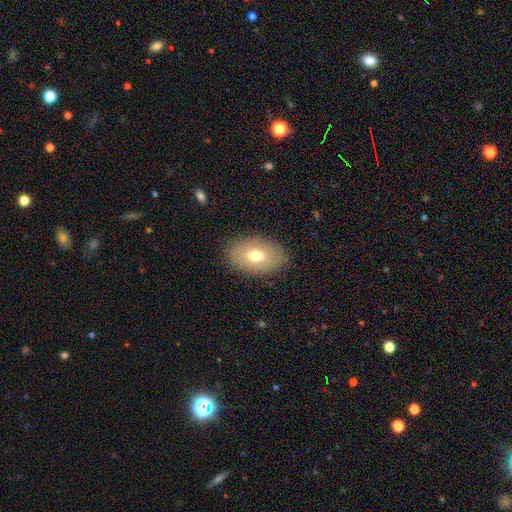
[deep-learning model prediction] smooth-or-featured: smooth: 67% | featured or disk: 25% | star or artifact: 8%
  how-rounded: in between: 88% | round: 11% | cigar-shaped: 1%
  merging: none: 86% | minor disturbance: 10% | major disturbance: 3% | merger: 1%